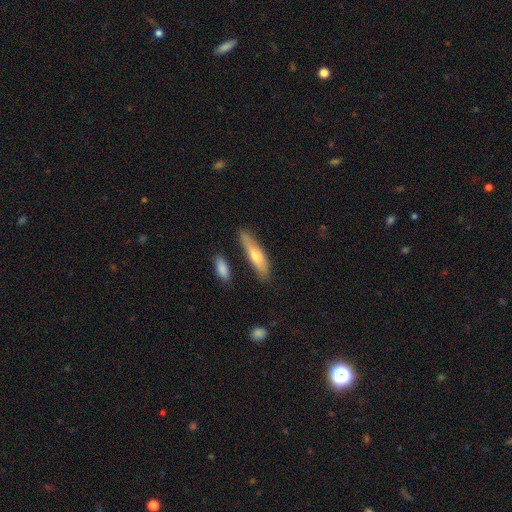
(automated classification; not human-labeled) smooth 54%, featured or disk 39%, star or artifact 7%. Down the decision tree: how rounded — cigar-shaped (77%); merging — none (76%).